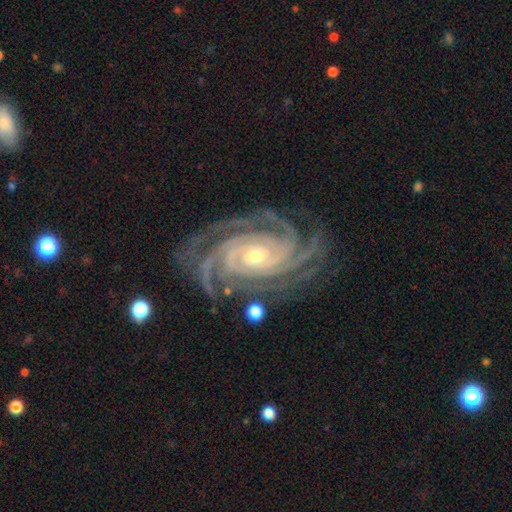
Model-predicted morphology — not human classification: type=featured or disk (94%); edge-on=no (97%); bar=no (61%); spiral arms=yes (99%); winding=tight (80%); arm count=4 (41%); bulge=small (57%); merging=none (80%).